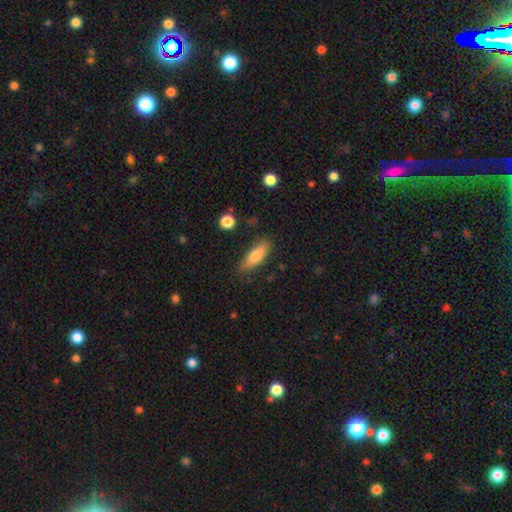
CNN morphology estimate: Smooth or featured? Predicted: smooth (p=0.76). How rounded? Predicted: in between (p=0.55). Merging? Predicted: none (p=0.80).